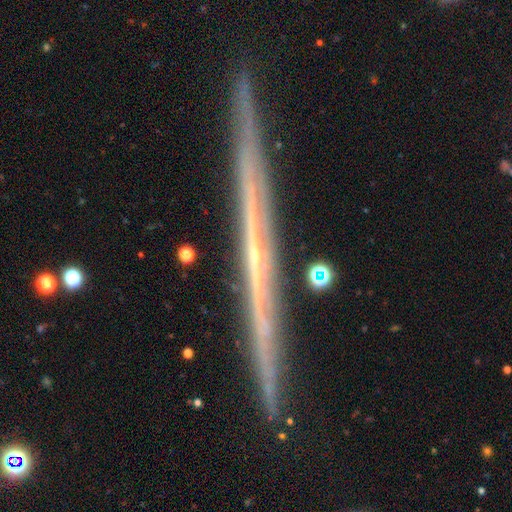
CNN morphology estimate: A featured or disk galaxy (74%) viewed edge-on (98%) with no central bulge (86%). Merging: none (90%).